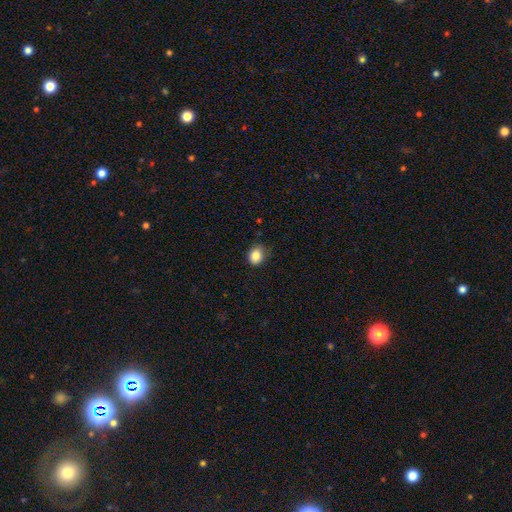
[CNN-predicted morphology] smooth-or-featured: smooth: 85% | star or artifact: 10% | featured or disk: 5%
  how-rounded: round: 59% | in between: 40% | cigar-shaped: 1%
  merging: none: 76% | minor disturbance: 20% | major disturbance: 3% | merger: 1%